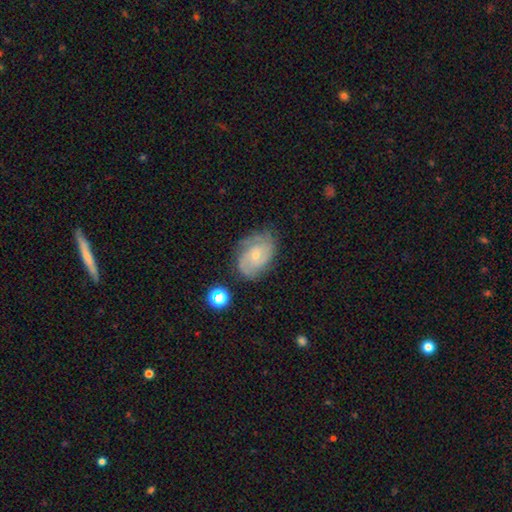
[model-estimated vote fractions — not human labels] Smooth or featured? featured or disk (77%)
Edge-on disk? no (97%)
Bar? no (64%)
Spiral arms? yes (94%)
Spiral winding? tight (49%)
Spiral arm count? 2 (51%)
Bulge size? small (67%)
Merging? none (68%)